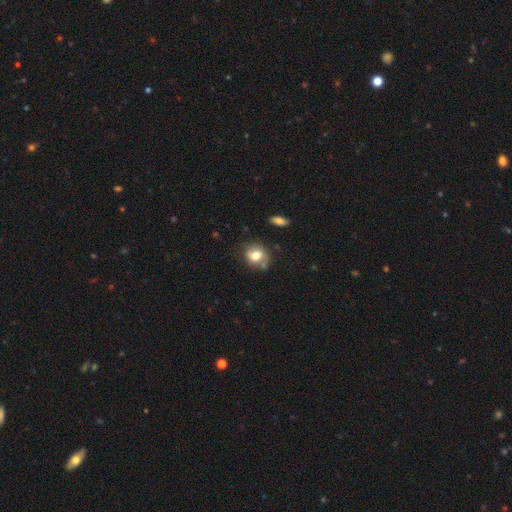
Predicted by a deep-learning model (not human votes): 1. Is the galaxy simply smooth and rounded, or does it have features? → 72% smooth, 19% featured or disk, 9% star or artifact.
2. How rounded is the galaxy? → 64% round, 34% in between, 1% cigar-shaped.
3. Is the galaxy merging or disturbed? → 57% none, 26% minor disturbance, 9% merger, 9% major disturbance.